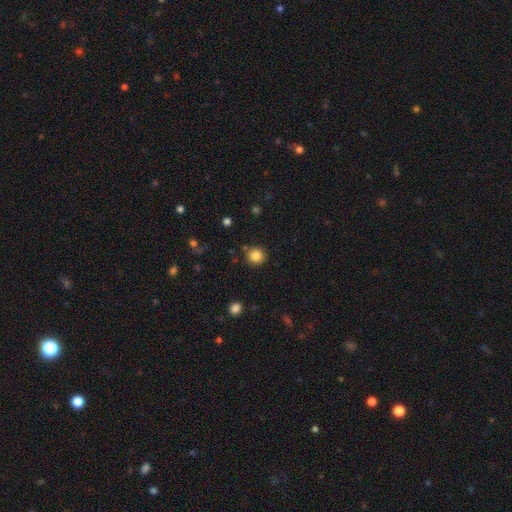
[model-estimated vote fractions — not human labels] Smooth or featured? Predicted: smooth (p=0.84). How rounded? Predicted: round (p=0.91). Merging? Predicted: none (p=0.85).